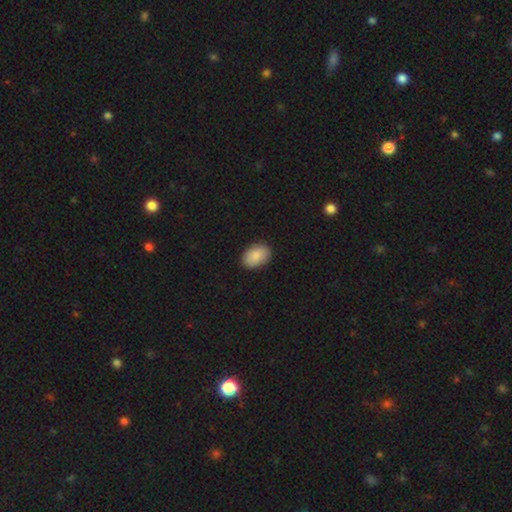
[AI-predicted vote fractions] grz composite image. It shows a smooth galaxy with no disk features (88%) that is in between round and cigar-shaped (88%). Merging: none (88%).